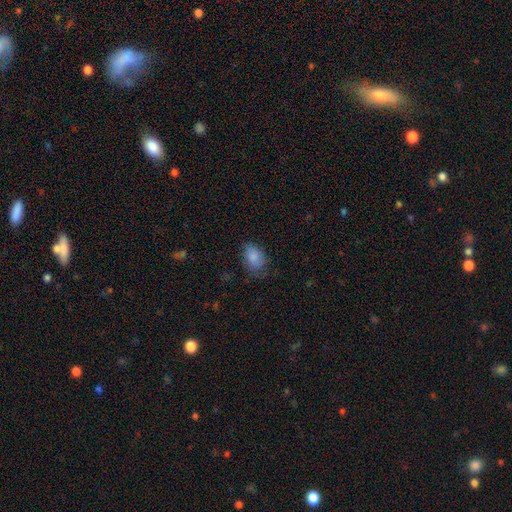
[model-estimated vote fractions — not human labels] A smooth galaxy with no disk features (82%) that is in between round and cigar-shaped (77%). Merging: none (68%).